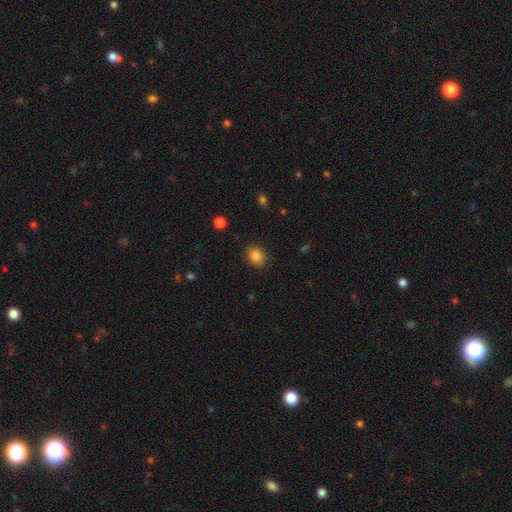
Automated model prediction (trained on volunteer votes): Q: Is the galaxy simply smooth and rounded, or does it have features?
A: smooth — 86%.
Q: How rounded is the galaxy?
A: round — 59%.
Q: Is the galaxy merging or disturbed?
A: none — 88%.